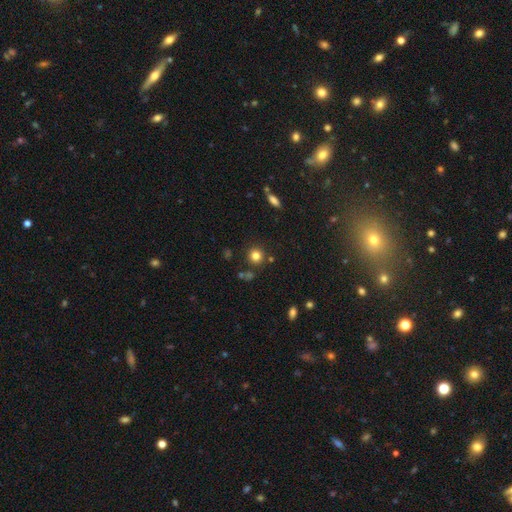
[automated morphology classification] Smooth or featured?
  - smooth: 80% *
  - star or artifact: 13%
  - featured or disk: 7%
How rounded?
  - round: 92% *
  - in between: 7%
  - cigar-shaped: 1%
Merging?
  - none: 84% *
  - minor disturbance: 8%
  - merger: 5%
  - major disturbance: 3%